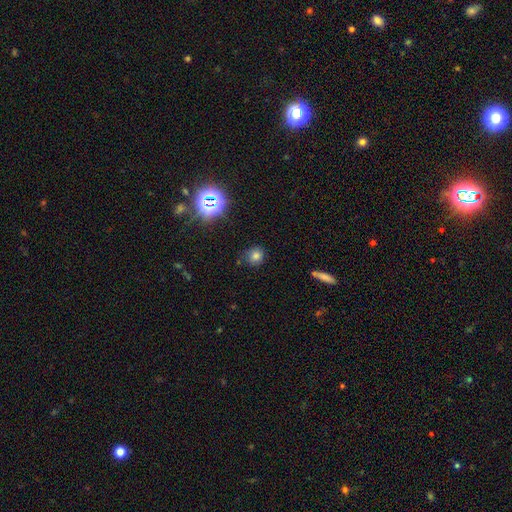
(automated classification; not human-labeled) A smooth galaxy with no disk features (74%) that is round (80%). Merging: none (77%).